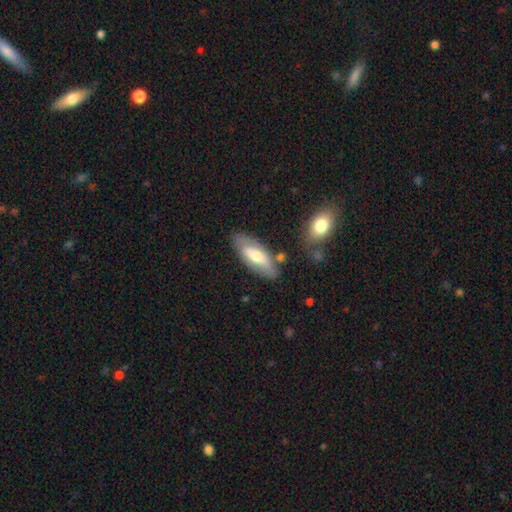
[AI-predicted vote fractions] This is possibly a smooth galaxy (50%). Merging: likely none (75%).